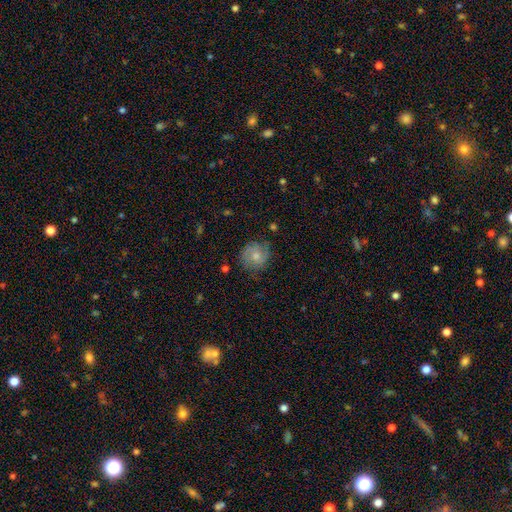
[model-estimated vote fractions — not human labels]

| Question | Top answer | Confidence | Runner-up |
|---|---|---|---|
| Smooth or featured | featured or disk | 47% | smooth (45%) |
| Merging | none | 72% | minor disturbance (20%) |